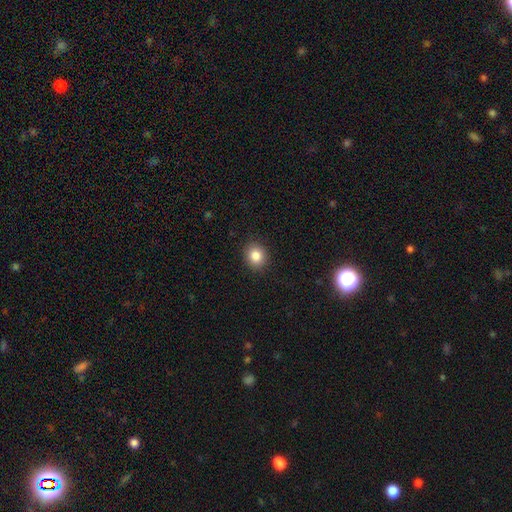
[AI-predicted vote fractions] This is clearly a smooth galaxy (84%). How rounded: likely round (69%). Merging: clearly none (90%).